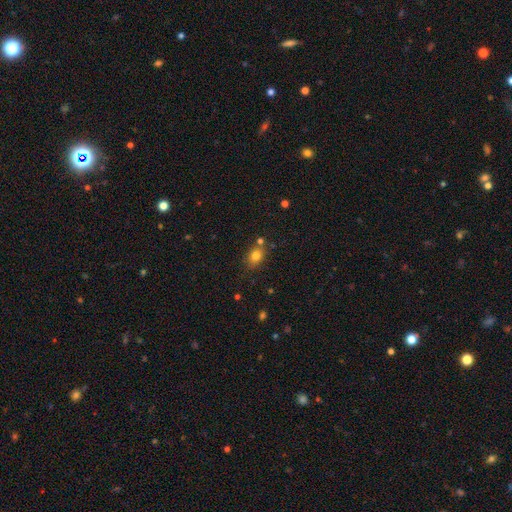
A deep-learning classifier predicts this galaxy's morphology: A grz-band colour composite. It shows a smooth galaxy with no disk features (79%) that is in between round and cigar-shaped (59%). Merging: none (73%).